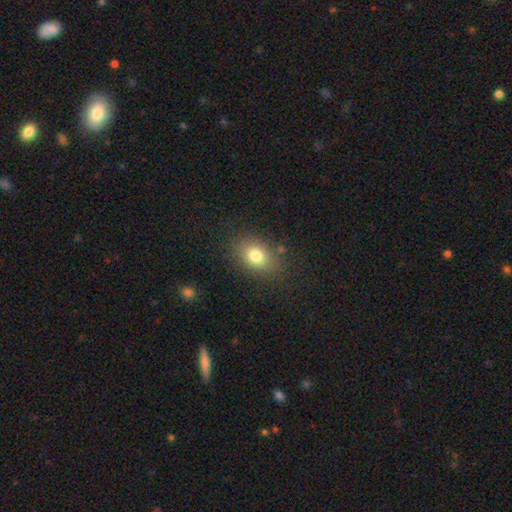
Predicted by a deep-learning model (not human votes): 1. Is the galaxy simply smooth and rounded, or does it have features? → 79% smooth, 11% star or artifact, 10% featured or disk.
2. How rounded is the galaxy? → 71% in between, 27% round, 1% cigar-shaped.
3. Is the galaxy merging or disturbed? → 81% none, 12% minor disturbance, 4% major disturbance, 2% merger.